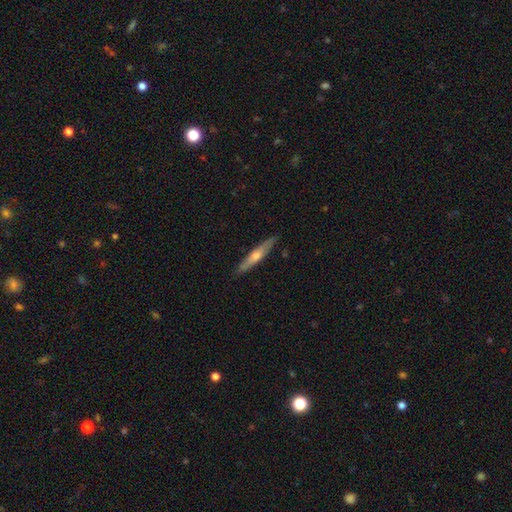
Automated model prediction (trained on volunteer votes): The model was most divided on "smooth or featured": featured or disk: 52%, smooth: 42%, star or artifact: 6%. More confident: edge-on disk — yes (91%); merging — none (88%).